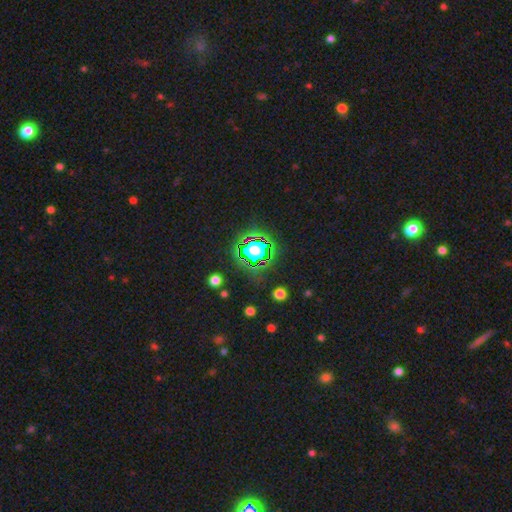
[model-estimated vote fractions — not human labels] Smooth or featured? star or artifact (79%)